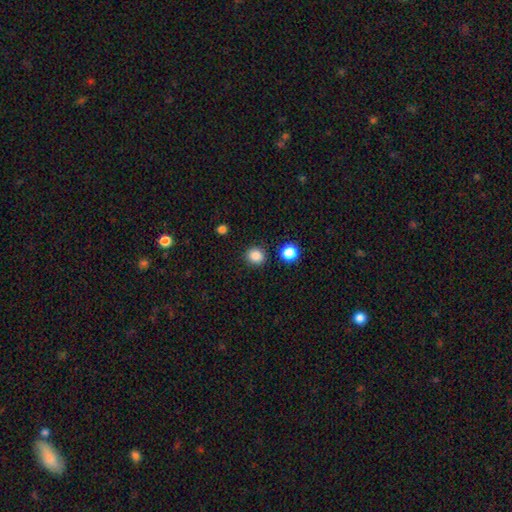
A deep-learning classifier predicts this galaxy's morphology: Smooth or featured?
  - smooth: 85% *
  - star or artifact: 12%
  - featured or disk: 3%
How rounded?
  - round: 86% *
  - in between: 13%
  - cigar-shaped: 1%
Merging?
  - none: 88% *
  - minor disturbance: 7%
  - merger: 3%
  - major disturbance: 2%